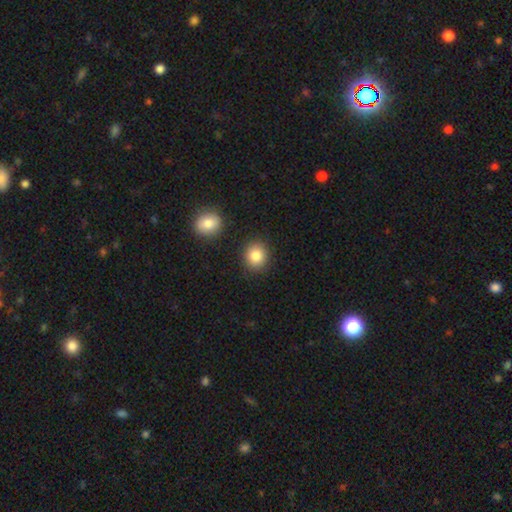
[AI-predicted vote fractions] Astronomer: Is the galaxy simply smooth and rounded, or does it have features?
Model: smooth — 85%.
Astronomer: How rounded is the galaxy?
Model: round — 81%.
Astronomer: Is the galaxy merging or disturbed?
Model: none — 87%.